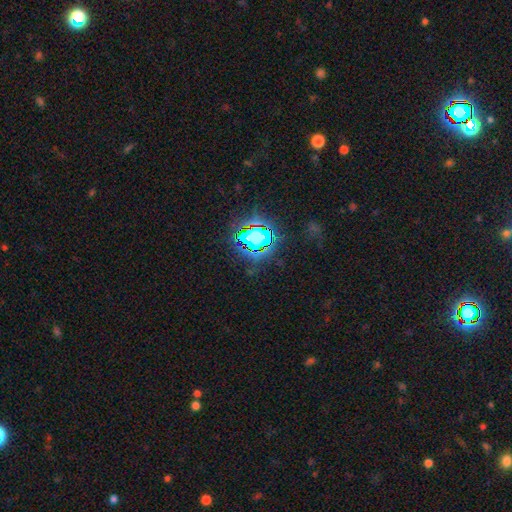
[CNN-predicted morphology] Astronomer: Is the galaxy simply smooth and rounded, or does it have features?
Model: star or artifact — 82%.